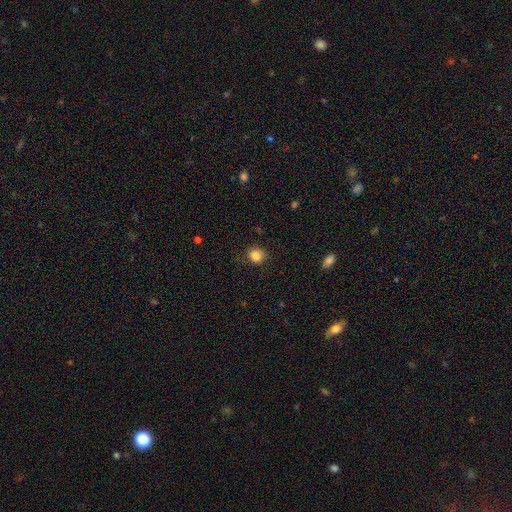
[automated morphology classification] This appears to be a smooth galaxy with no disk features (85%) that is round (81%). Merging: none (81%).